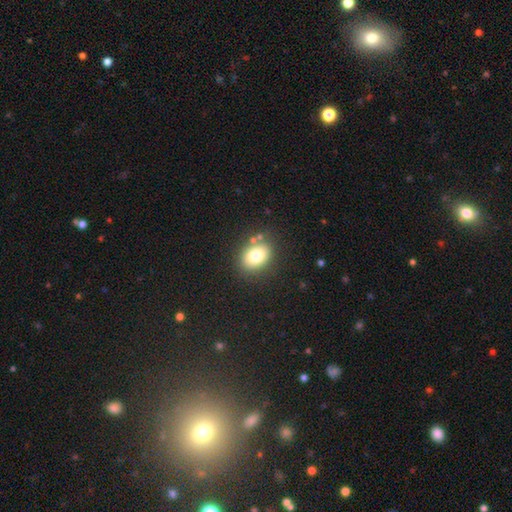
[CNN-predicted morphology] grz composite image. It shows a smooth galaxy with no disk features (78%) that is in between round and cigar-shaped (67%). Merging: none (79%).